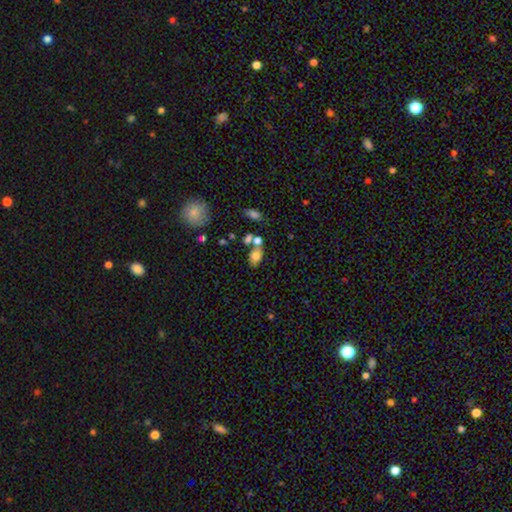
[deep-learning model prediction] smooth_or_featured: smooth (p=0.74) [alt: featured or disk p=0.16]
how_rounded: in between (p=0.82) [alt: round p=0.16]
merging: none (p=0.49) [alt: merger p=0.31]